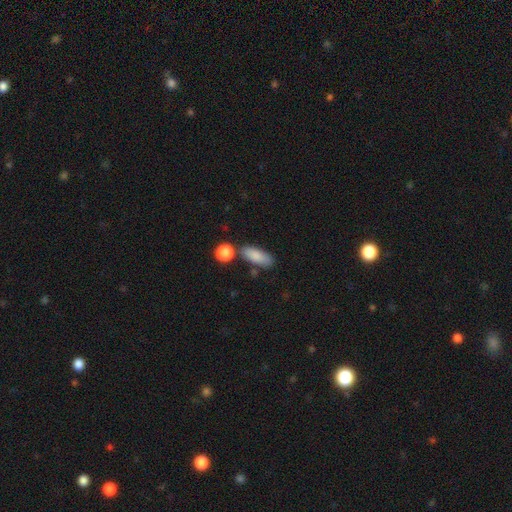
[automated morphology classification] Overall: smooth (85%). How rounded: in between (73%). Merging: none (69%).